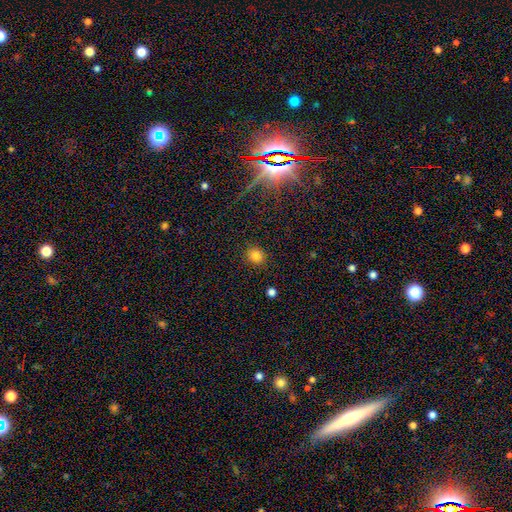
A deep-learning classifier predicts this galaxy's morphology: Overall: smooth (81%). How rounded: round (74%). Merging: none (88%).